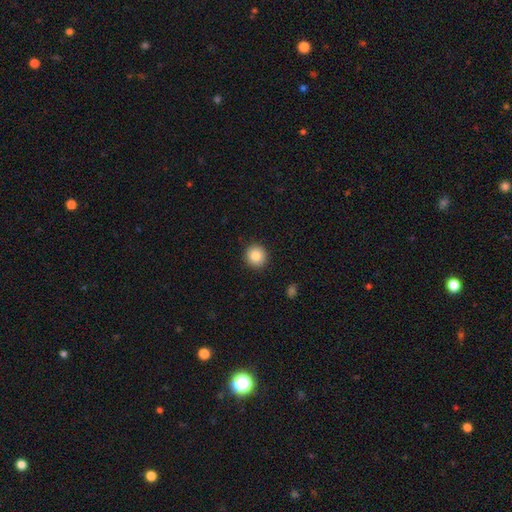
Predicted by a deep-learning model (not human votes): Morphology: type=smooth (86%); roundness=round (92%); merging=none (91%).